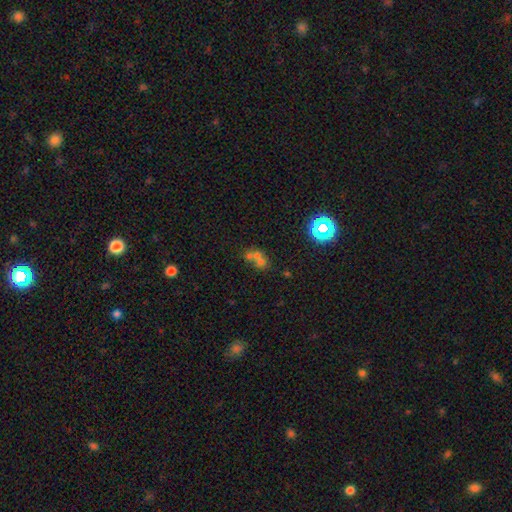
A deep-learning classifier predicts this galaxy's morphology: Smooth or featured? smooth (52%)
How rounded? round (69%)
Merging? merger (61%)